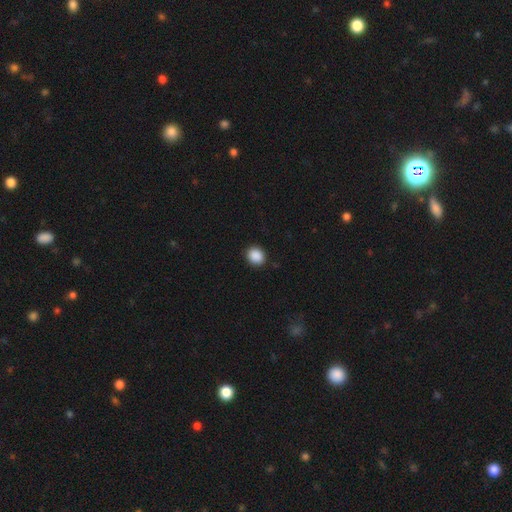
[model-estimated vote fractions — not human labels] This appears to be a smooth galaxy with no disk features (89%) that is round (72%). Merging: none (90%).